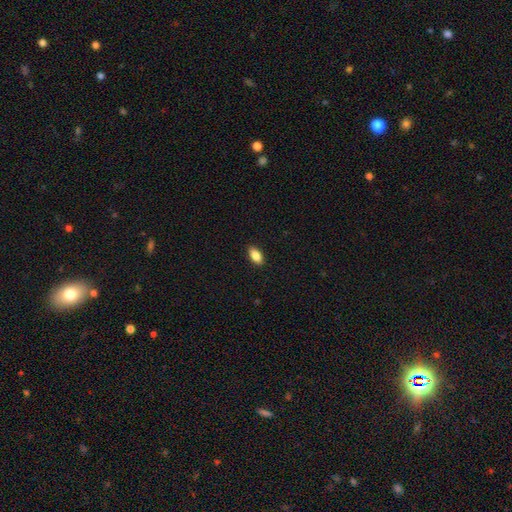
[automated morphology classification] Smooth or featured? Predicted: smooth (p=0.85). How rounded? Predicted: in between (p=0.89). Merging? Predicted: none (p=0.89).